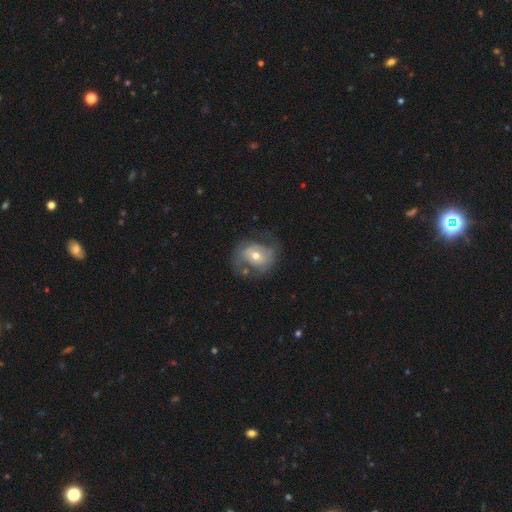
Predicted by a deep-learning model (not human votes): Smooth or featured: featured or disk — 57% (smooth — 36%)
Edge-on disk: no — 96% (yes — 4%)
Bar: no — 69% (weak — 23%)
Spiral arms: yes — 58% (no — 42%)
Bulge size: moderate — 70% (small — 23%)
Merging: none — 49% (minor disturbance — 25%)